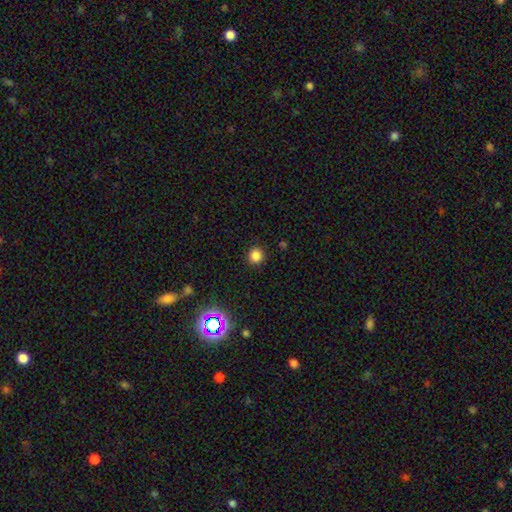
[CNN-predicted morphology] Overall: smooth (83%). How rounded: round (94%). Merging: none (91%).